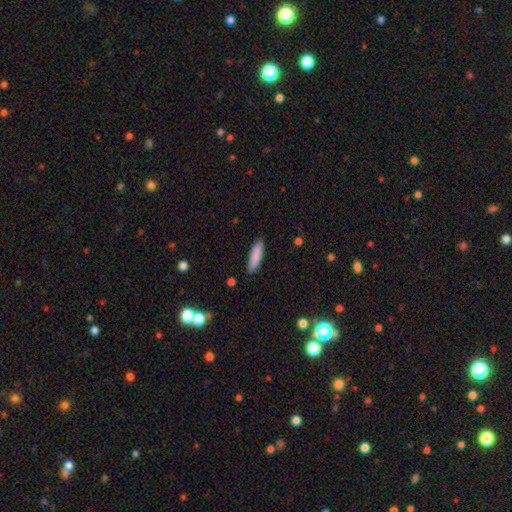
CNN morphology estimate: Smooth or featured? smooth (88%)
How rounded? cigar-shaped (72%)
Merging? none (88%)